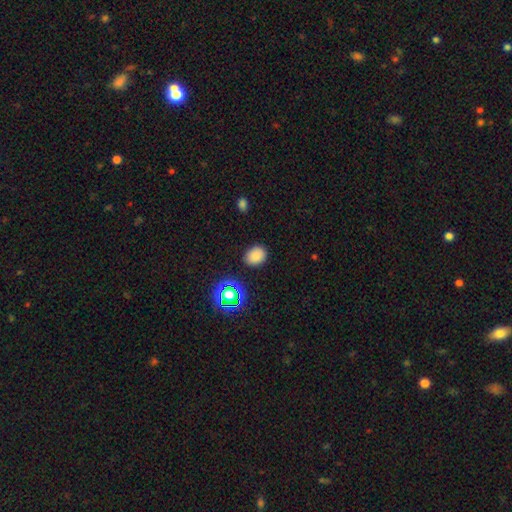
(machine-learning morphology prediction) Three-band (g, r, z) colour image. It shows a smooth galaxy with no disk features (79%) that is round (56%). Merging: none (86%).